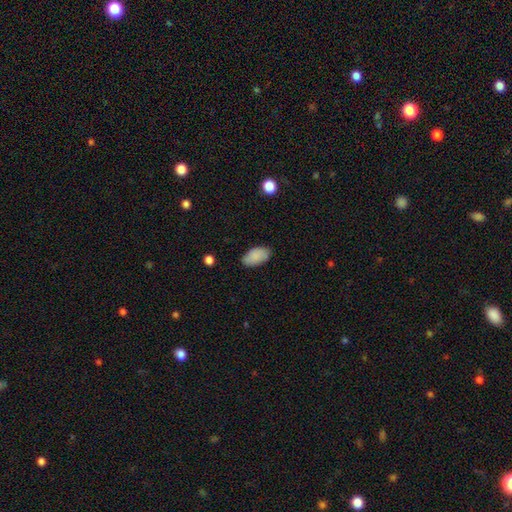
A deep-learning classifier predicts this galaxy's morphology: Smooth or featured? Predicted: smooth (p=0.87). How rounded? Predicted: in between (p=0.94). Merging? Predicted: none (p=0.82).